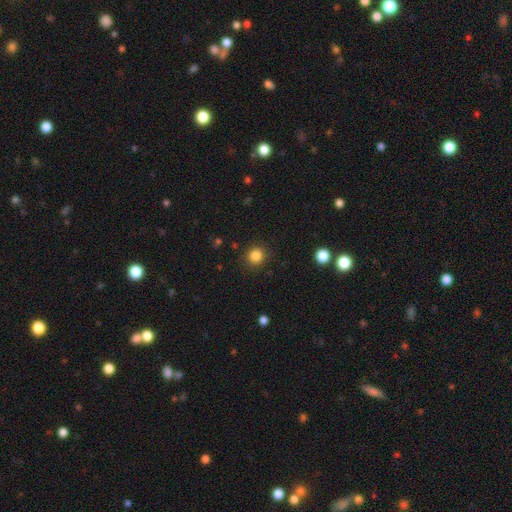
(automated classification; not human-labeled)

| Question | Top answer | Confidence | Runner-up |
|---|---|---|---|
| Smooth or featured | smooth | 84% | star or artifact (12%) |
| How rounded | round | 90% | in between (9%) |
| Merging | none | 89% | minor disturbance (7%) |